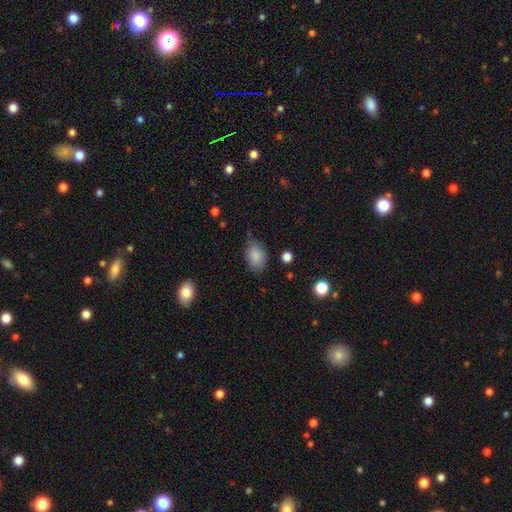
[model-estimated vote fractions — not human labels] smooth 86%, star or artifact 8%, featured or disk 6%. Down the decision tree: how rounded — in between (84%); merging — none (66%).